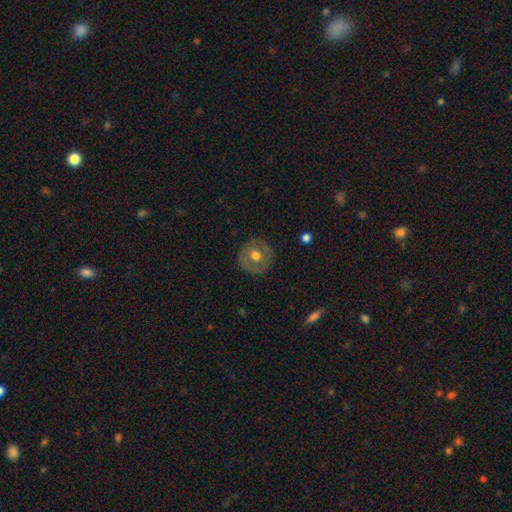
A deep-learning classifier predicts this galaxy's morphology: A smooth galaxy with no disk features (53%) that is round (92%).

Vote fractions:
- Smooth or featured? smooth: 53% / featured or disk: 40% / star or artifact: 7%
- How rounded? round: 92% / in between: 7% / cigar-shaped: 1%
- Merging? none: 87% / minor disturbance: 9% / major disturbance: 3% / merger: 1%